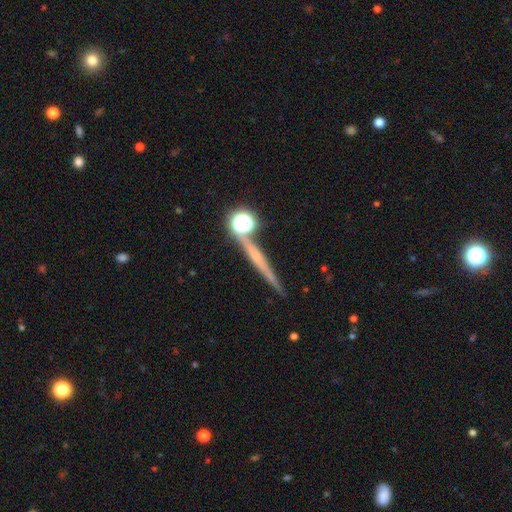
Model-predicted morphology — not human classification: type=featured or disk (52%); edge-on=yes (94%); merging=none (79%).